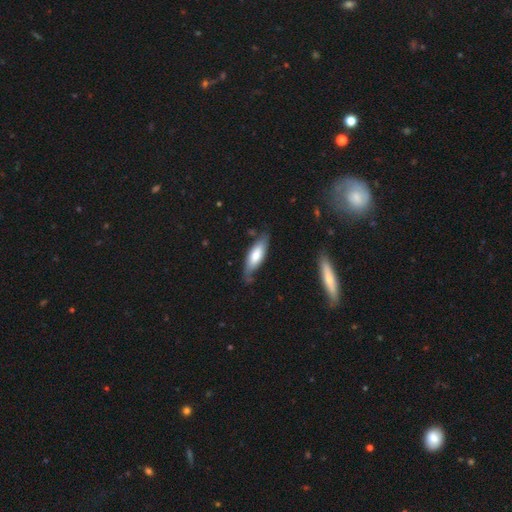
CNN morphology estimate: This appears to be a smooth galaxy with no disk features (62%) that is in between round and cigar-shaped (61%). Merging: none (66%).